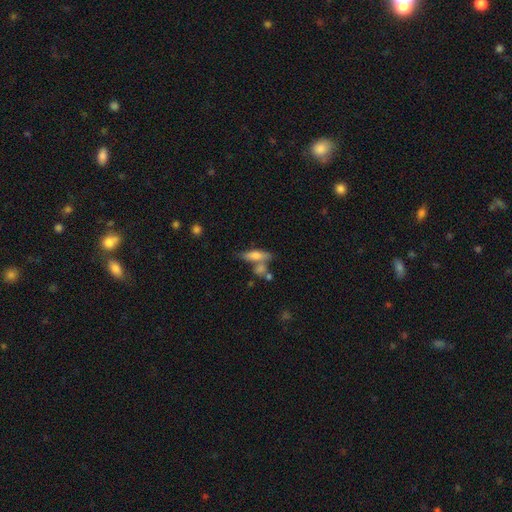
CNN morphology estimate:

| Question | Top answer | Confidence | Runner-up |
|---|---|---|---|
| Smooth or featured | smooth | 59% | featured or disk (33%) |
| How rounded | cigar-shaped | 50% | in between (46%) |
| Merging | none | 51% | merger (25%) |